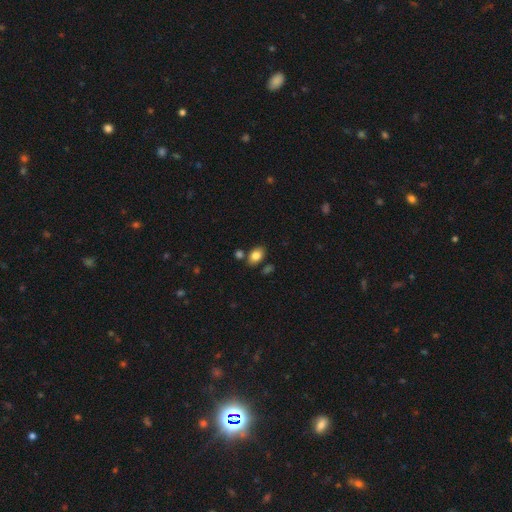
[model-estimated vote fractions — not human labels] Smooth or featured? smooth (83%)
How rounded? in between (84%)
Merging? none (76%)